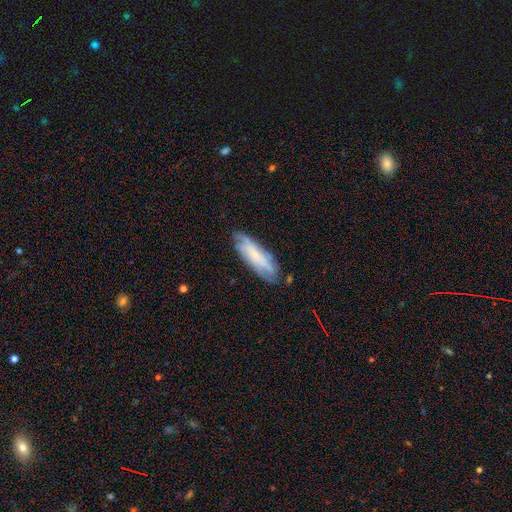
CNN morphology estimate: smooth_or_featured: featured or disk (p=0.51) [alt: smooth p=0.41]
disk_edge_on: no (p=0.69) [alt: yes p=0.31]
merging: none (p=0.75) [alt: minor disturbance p=0.19]